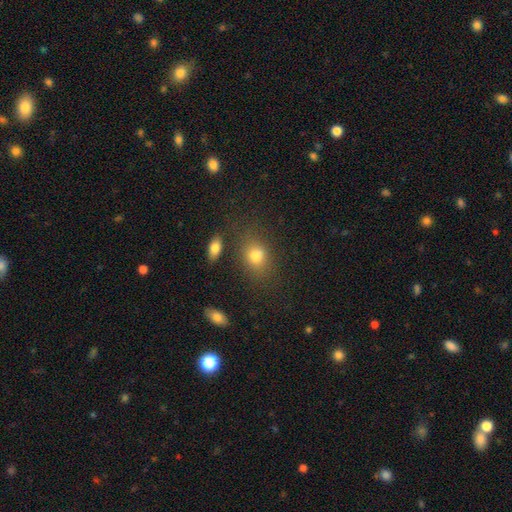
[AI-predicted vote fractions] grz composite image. It shows a smooth galaxy with no disk features (78%) that is in between round and cigar-shaped (58%). Merging: none (69%).